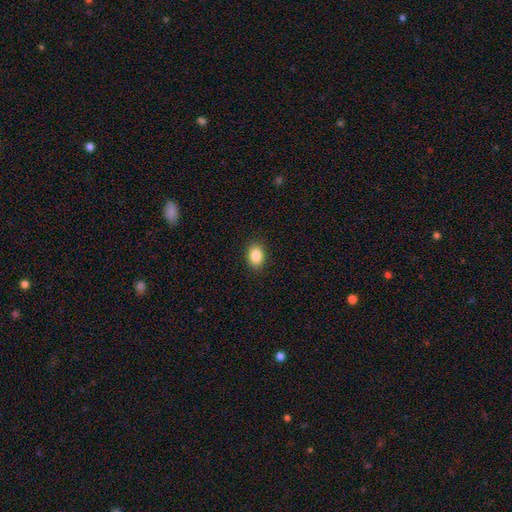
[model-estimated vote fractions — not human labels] A smooth galaxy with no disk features (86%) that is in between round and cigar-shaped (72%). Merging: none (89%).